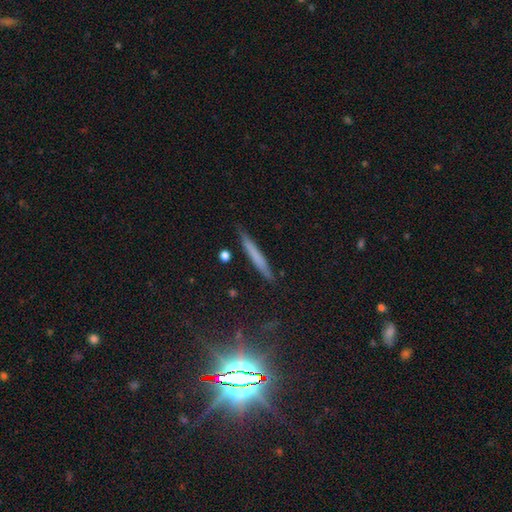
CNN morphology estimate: Overall: smooth (61%; featured or disk 30%). How rounded: cigar-shaped (96%). Merging: none (87%).